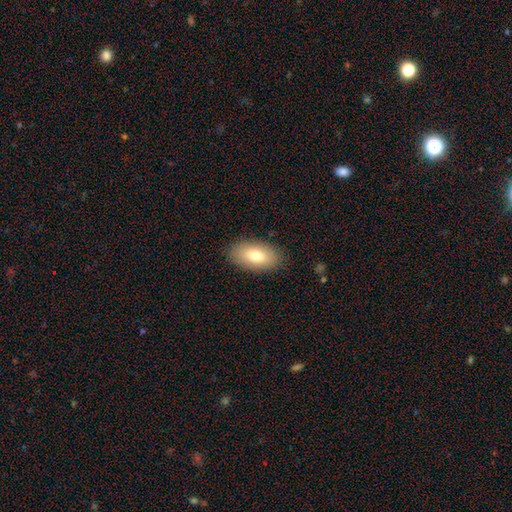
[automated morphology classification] This appears to be a smooth galaxy with no disk features (75%) that is in between round and cigar-shaped (93%). Merging: none (87%).